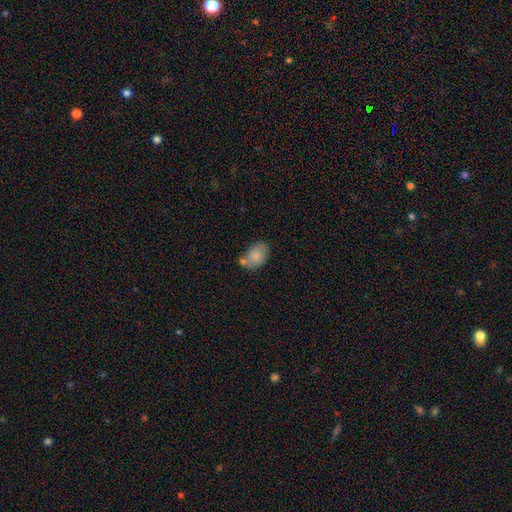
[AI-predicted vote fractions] This is clearly a smooth galaxy (81%). How rounded: likely in between (80%). Merging: possibly none (55%).